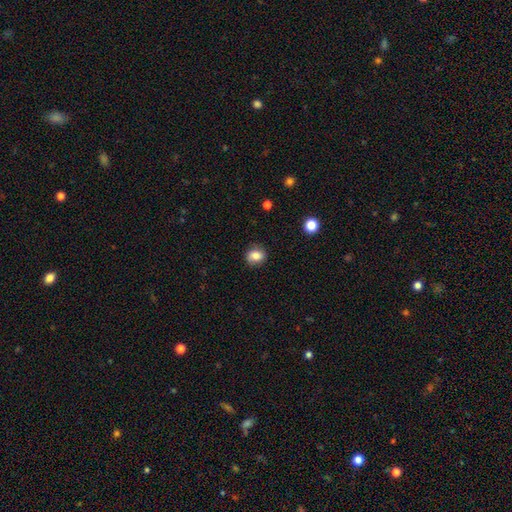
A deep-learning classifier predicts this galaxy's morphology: The model was most divided on "how rounded": round: 68%, in between: 31%, cigar-shaped: 1%. More confident: merging — none (84%); smooth or featured — smooth (81%).